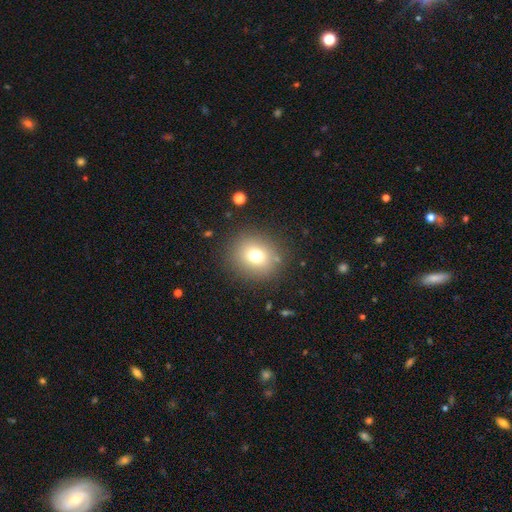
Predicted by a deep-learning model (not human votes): This is likely a smooth galaxy (73%). How rounded: clearly round (83%). Merging: clearly none (86%).